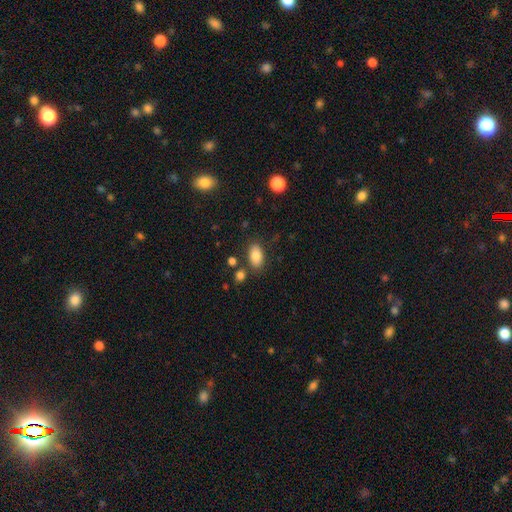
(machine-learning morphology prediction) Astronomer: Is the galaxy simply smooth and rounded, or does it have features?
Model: smooth — 84%.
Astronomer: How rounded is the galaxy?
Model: in between — 90%.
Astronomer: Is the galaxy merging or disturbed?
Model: none — 79%.